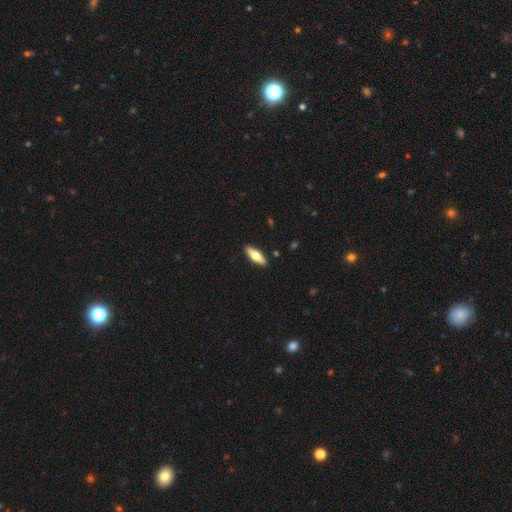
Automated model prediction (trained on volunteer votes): Smooth or featured? Predicted: smooth (p=0.58). How rounded? Predicted: in between (p=0.52). Merging? Predicted: none (p=0.90).